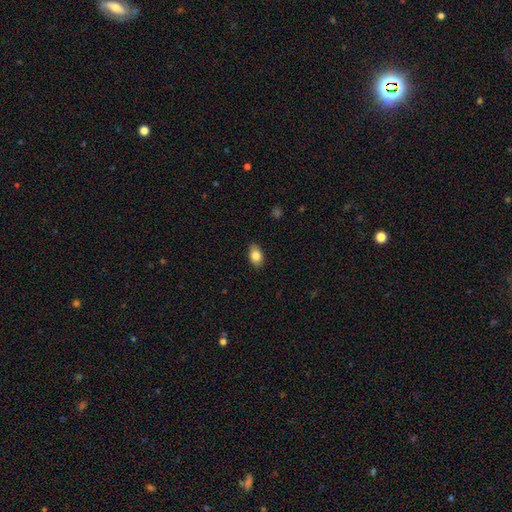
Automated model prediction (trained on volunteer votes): smooth 84%, star or artifact 8%, featured or disk 8%. Down the decision tree: how rounded — in between (84%); merging — none (84%).